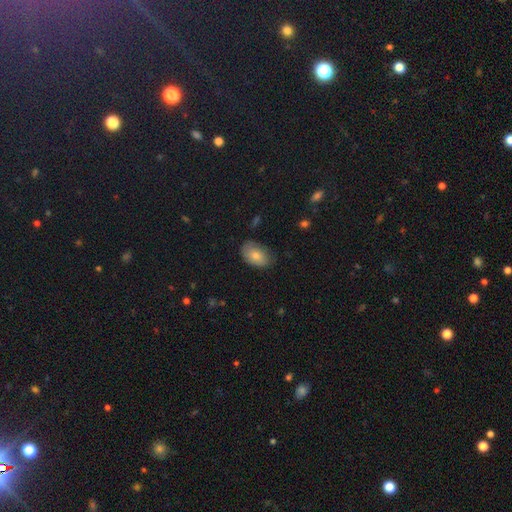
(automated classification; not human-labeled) Overall: smooth (77%). How rounded: in between (88%). Merging: none (66%).